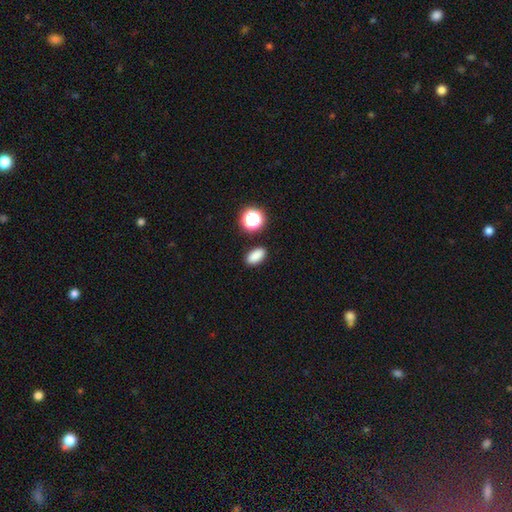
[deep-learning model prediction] A smooth galaxy with no disk features (84%) that is in between round and cigar-shaped (85%). Merging: none (87%).